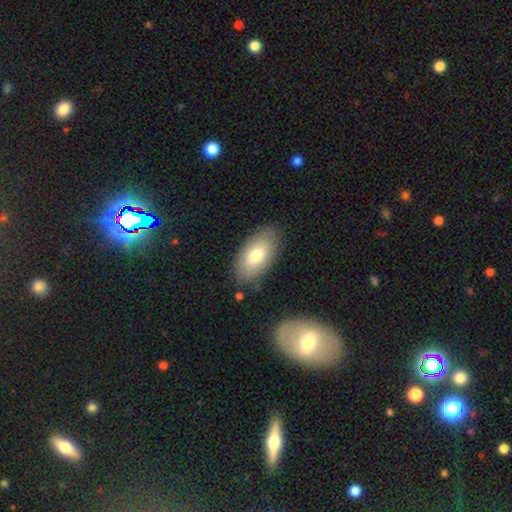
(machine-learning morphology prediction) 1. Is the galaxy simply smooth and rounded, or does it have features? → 75% smooth, 18% featured or disk, 7% star or artifact.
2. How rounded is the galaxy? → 93% in between, 4% round, 3% cigar-shaped.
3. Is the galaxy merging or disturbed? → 81% none, 13% minor disturbance, 4% major disturbance, 2% merger.